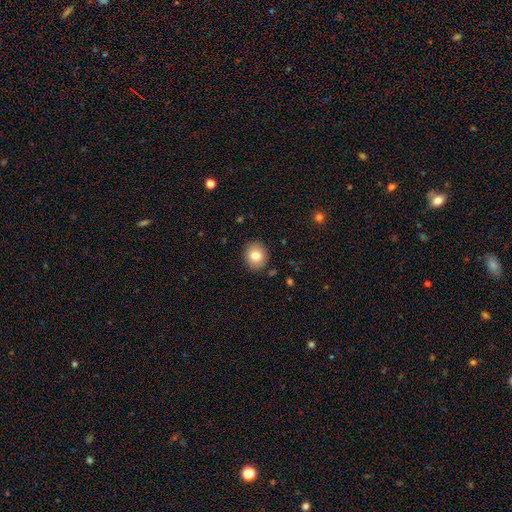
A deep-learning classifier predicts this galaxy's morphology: A smooth galaxy with no disk features (79%) that is round (74%).

Vote fractions:
- Smooth or featured? smooth: 79% / featured or disk: 11% / star or artifact: 9%
- How rounded? round: 74% / in between: 25% / cigar-shaped: 1%
- Merging? none: 89% / minor disturbance: 8% / major disturbance: 2% / merger: 1%